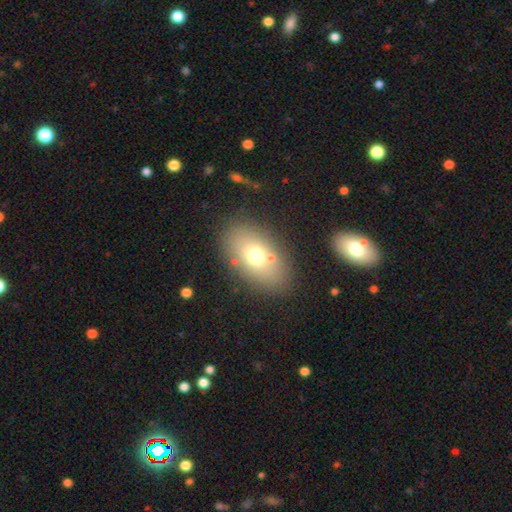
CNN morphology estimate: smooth 68%, featured or disk 20%, star or artifact 11%. Down the decision tree: how rounded — in between (85%); merging — none (78%).